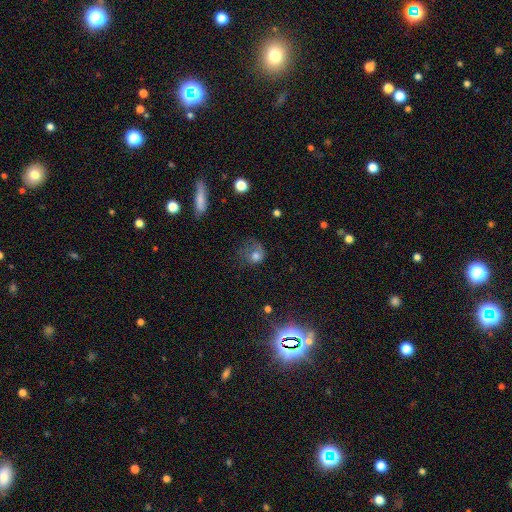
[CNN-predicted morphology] Smooth or featured? Predicted: smooth (p=0.67). How rounded? Predicted: round (p=0.65). Merging? Predicted: major disturbance (p=0.46).